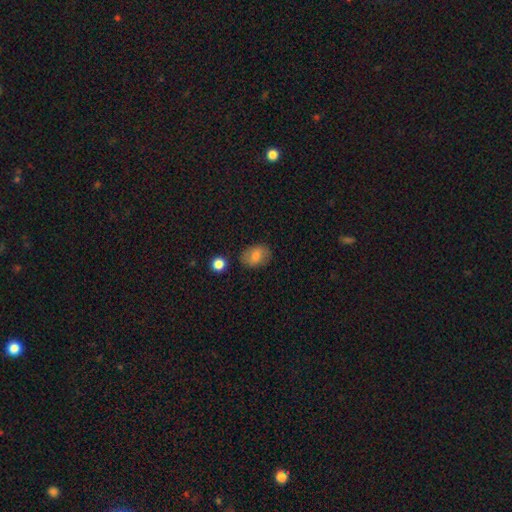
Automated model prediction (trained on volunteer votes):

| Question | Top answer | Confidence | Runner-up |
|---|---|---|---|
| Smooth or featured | smooth | 76% | featured or disk (15%) |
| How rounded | in between | 75% | round (23%) |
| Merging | none | 79% | minor disturbance (15%) |